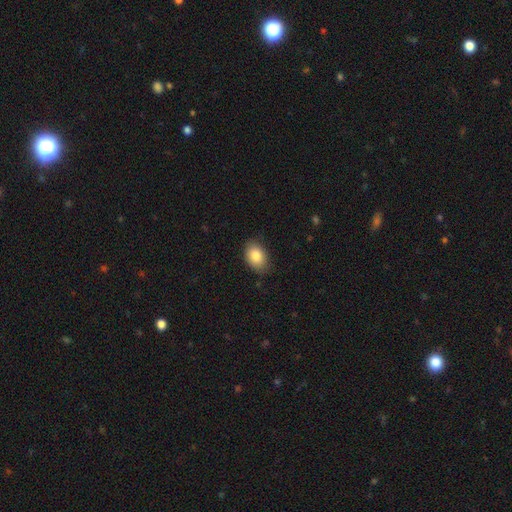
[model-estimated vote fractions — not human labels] Overall: smooth (84%). How rounded: in between (83%). Merging: none (80%).